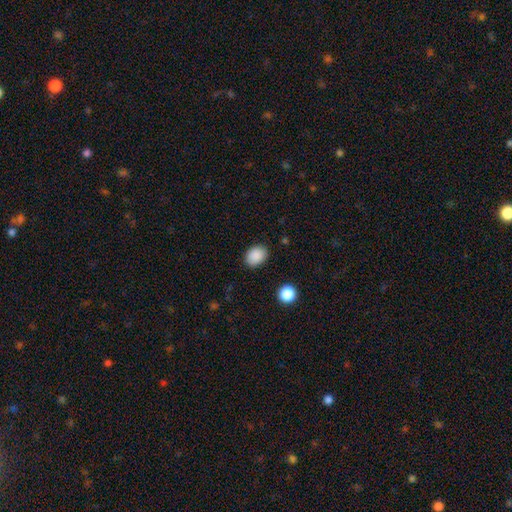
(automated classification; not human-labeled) Smooth or featured? smooth (88%)
How rounded? in between (64%)
Merging? none (86%)